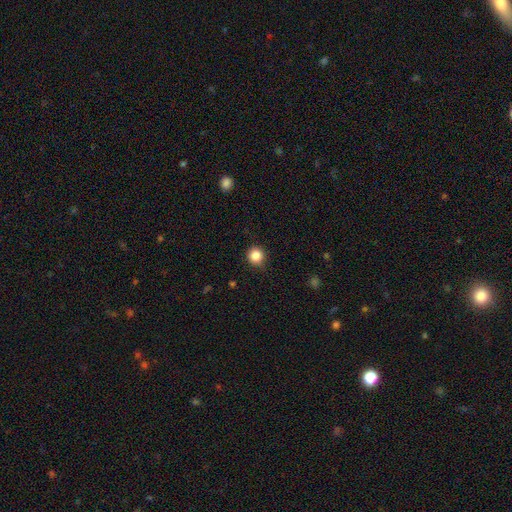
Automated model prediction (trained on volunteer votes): smooth_or_featured: smooth (p=0.86) [alt: star or artifact p=0.10]
how_rounded: round (p=0.93) [alt: in between p=0.06]
merging: none (p=0.89) [alt: minor disturbance p=0.08]